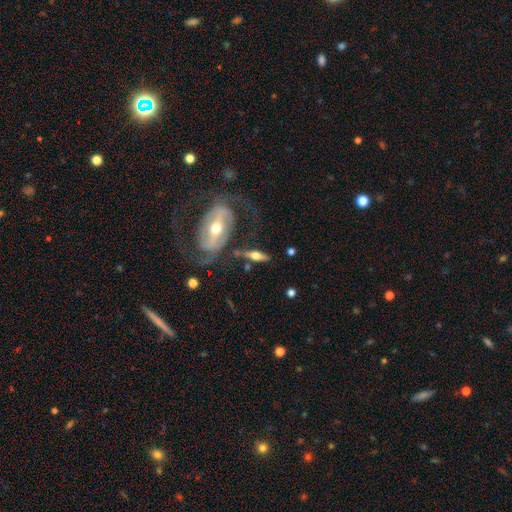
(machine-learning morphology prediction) A featured or disk galaxy (65%) viewed edge-on (75%).

Vote fractions:
- Smooth or featured? featured or disk: 65% / smooth: 29% / star or artifact: 6%
- Edge-on disk? yes: 75% / no: 25%
- Merging? none: 62% / minor disturbance: 18% / major disturbance: 10% / merger: 10%